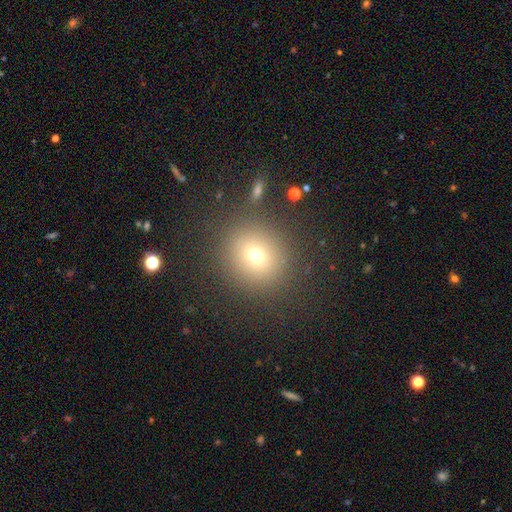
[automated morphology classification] Smooth or featured? smooth (70%)
How rounded? round (86%)
Merging? none (85%)